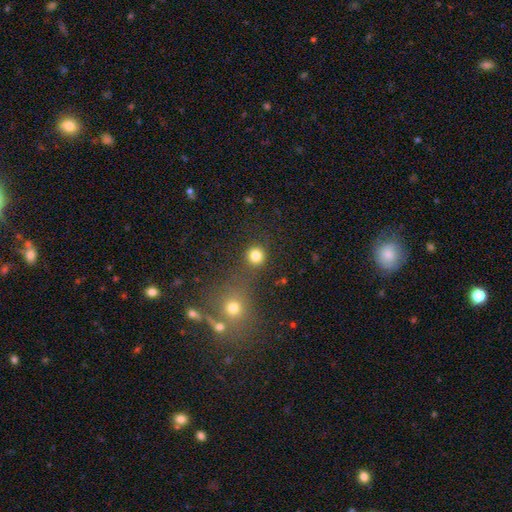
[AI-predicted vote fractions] Smooth or featured? smooth (81%)
How rounded? round (92%)
Merging? none (77%)